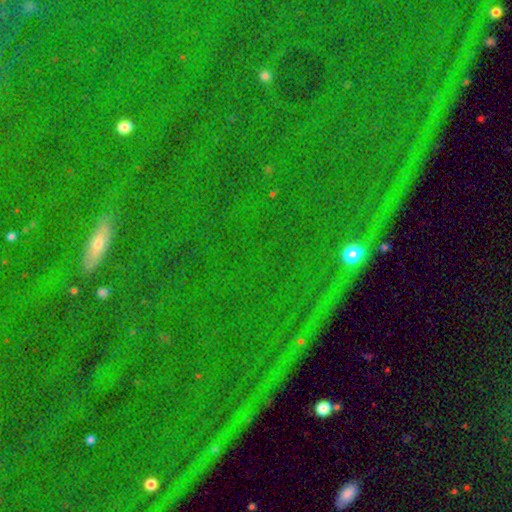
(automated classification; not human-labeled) Overall: star or artifact (76%).